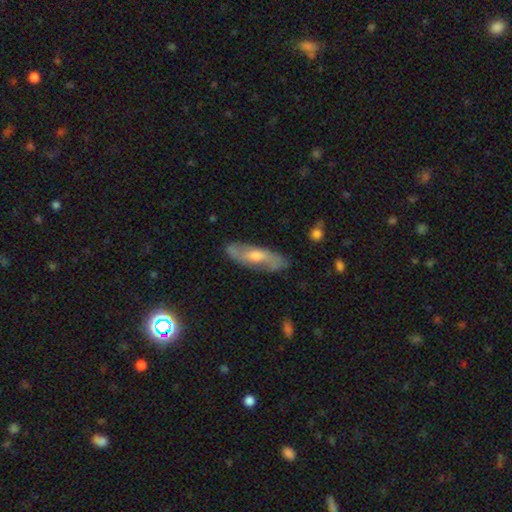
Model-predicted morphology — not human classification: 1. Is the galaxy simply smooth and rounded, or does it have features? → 65% featured or disk, 27% smooth, 8% star or artifact.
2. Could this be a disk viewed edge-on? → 71% no, 29% yes.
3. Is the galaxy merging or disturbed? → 83% none, 13% minor disturbance, 3% major disturbance, 1% merger.